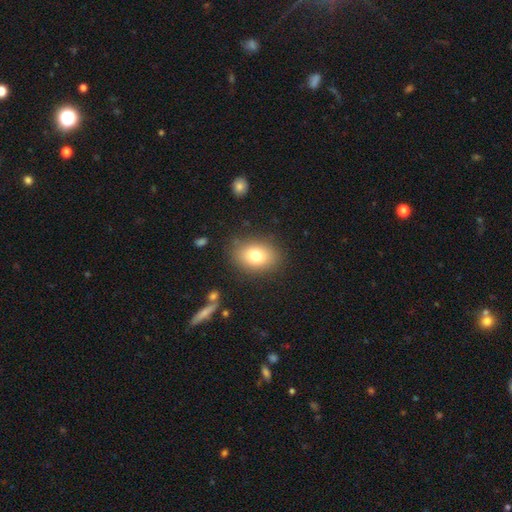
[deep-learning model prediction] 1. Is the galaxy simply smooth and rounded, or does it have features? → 77% smooth, 12% featured or disk, 10% star or artifact.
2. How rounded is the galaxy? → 71% in between, 27% round, 1% cigar-shaped.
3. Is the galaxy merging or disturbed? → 83% none, 11% minor disturbance, 4% major disturbance, 2% merger.